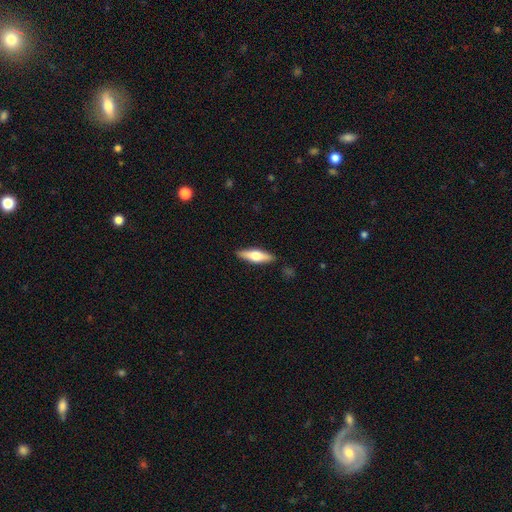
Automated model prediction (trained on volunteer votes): A smooth galaxy with no disk features (48%).

Vote fractions:
- Smooth or featured? smooth: 48% / featured or disk: 47% / star or artifact: 5%
- Merging? none: 88% / minor disturbance: 9% / major disturbance: 2% / merger: 1%